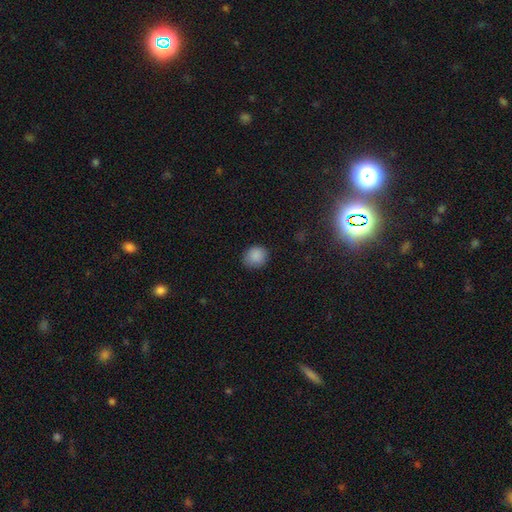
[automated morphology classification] Smooth or featured? smooth (87%)
How rounded? round (79%)
Merging? none (82%)